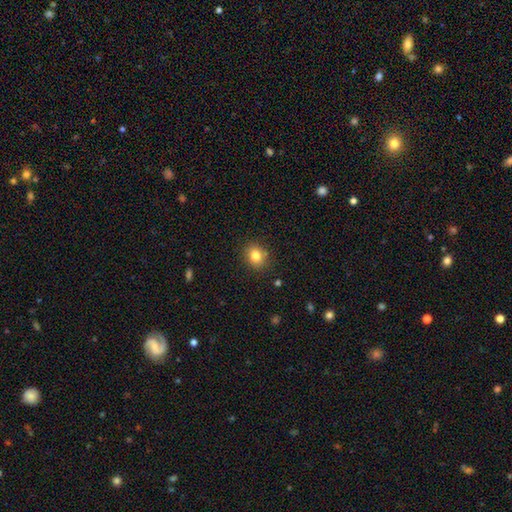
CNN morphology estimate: Smooth or featured?
  - smooth: 82% *
  - star or artifact: 11%
  - featured or disk: 7%
How rounded?
  - round: 64% *
  - in between: 36%
  - cigar-shaped: 1%
Merging?
  - none: 85% *
  - minor disturbance: 10%
  - major disturbance: 3%
  - merger: 2%